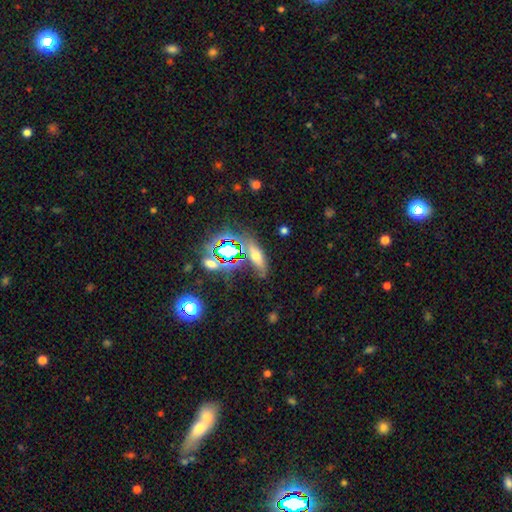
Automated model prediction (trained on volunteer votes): The model was most divided on "smooth or featured": smooth: 47%, star or artifact: 29%, featured or disk: 24%. More confident: merging — none (72%).